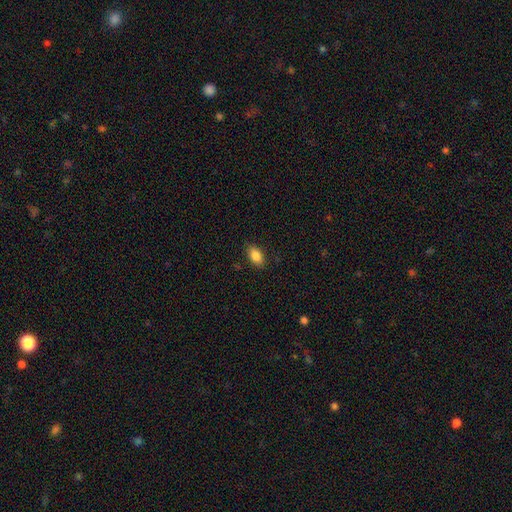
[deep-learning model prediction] This appears to be a smooth galaxy with no disk features (86%) that is in between round and cigar-shaped (91%). Merging: none (86%).